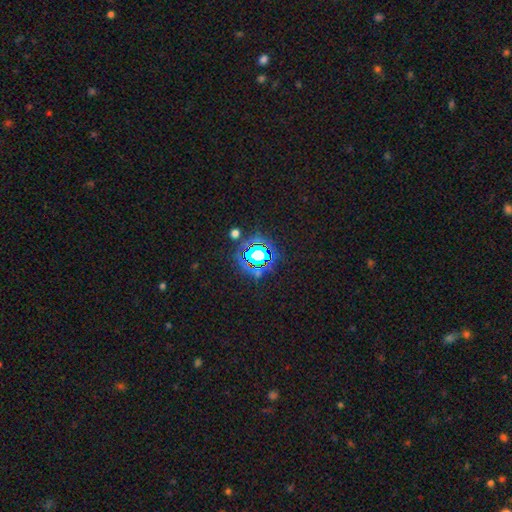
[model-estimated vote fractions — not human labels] Q: Smooth or featured?
A: star or artifact (69%); runner-up: smooth (20%)